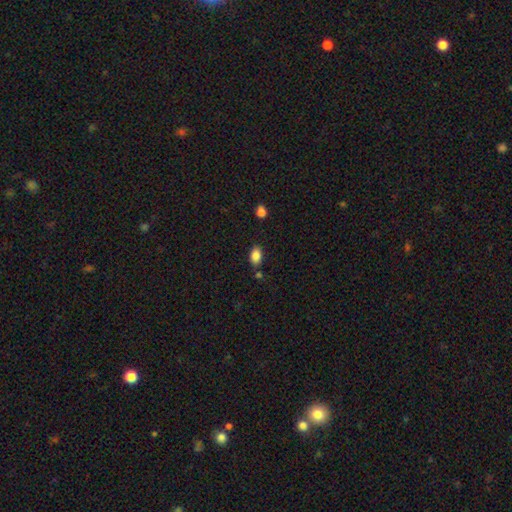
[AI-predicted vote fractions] A smooth galaxy with no disk features (86%) that is in between round and cigar-shaped (88%). Merging: none (78%).